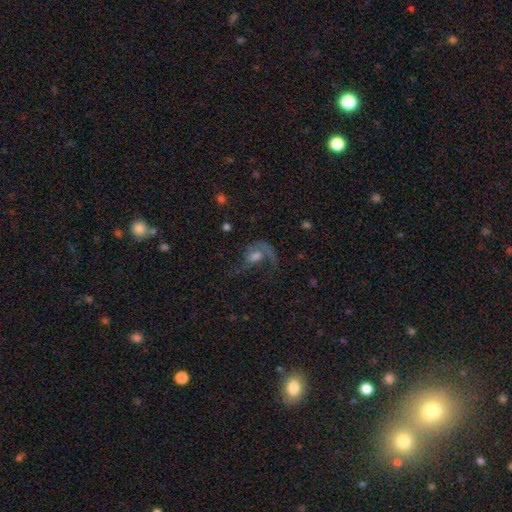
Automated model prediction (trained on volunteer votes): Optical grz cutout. It shows a featured or disk galaxy (64%) with no bar (59%), 1 (61%) loose (61%) spiral arms (83%) and a moderate central bulge (42%). Merging: major disturbance (46%).